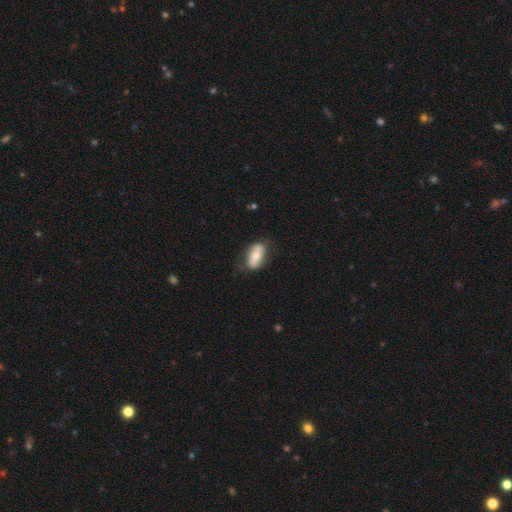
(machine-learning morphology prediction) smooth-or-featured: smooth: 59% | featured or disk: 34% | star or artifact: 6%
  how-rounded: in between: 86% | cigar-shaped: 10% | round: 5%
  merging: none: 73% | minor disturbance: 20% | major disturbance: 5% | merger: 2%